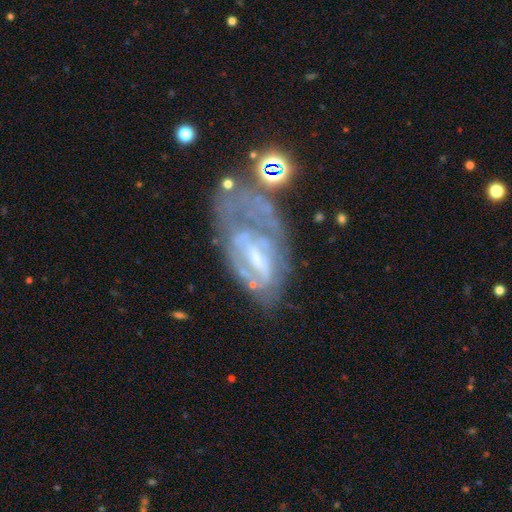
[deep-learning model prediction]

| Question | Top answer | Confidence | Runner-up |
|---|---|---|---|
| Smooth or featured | featured or disk | 72% | smooth (17%) |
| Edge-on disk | no | 94% | yes (6%) |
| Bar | weak | 43% | no (33%) |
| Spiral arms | yes | 58% | no (42%) |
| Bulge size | small | 40% | moderate (31%) |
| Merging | none | 36% | major disturbance (31%) |